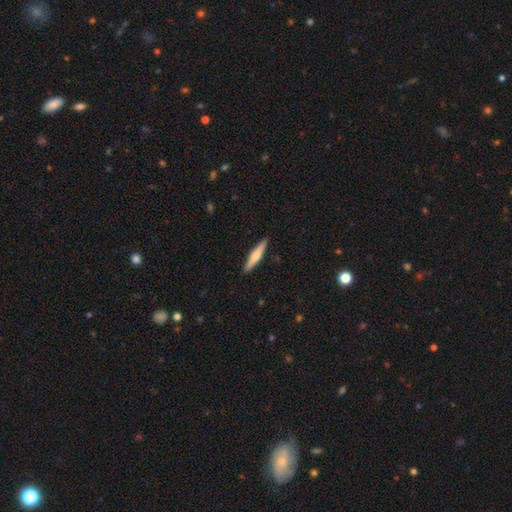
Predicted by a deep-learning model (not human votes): Smooth or featured?
  - smooth: 53% *
  - featured or disk: 41%
  - star or artifact: 5%
How rounded?
  - cigar-shaped: 88% *
  - in between: 10%
  - round: 2%
Merging?
  - none: 91% *
  - minor disturbance: 7%
  - major disturbance: 1%
  - merger: 1%